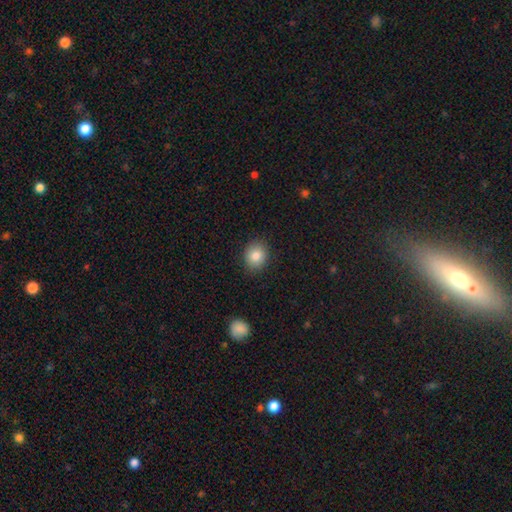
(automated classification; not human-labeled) Smooth or featured?
  - smooth: 86% *
  - star or artifact: 9%
  - featured or disk: 6%
How rounded?
  - round: 63% *
  - in between: 36%
  - cigar-shaped: 1%
Merging?
  - none: 88% *
  - minor disturbance: 9%
  - major disturbance: 2%
  - merger: 1%